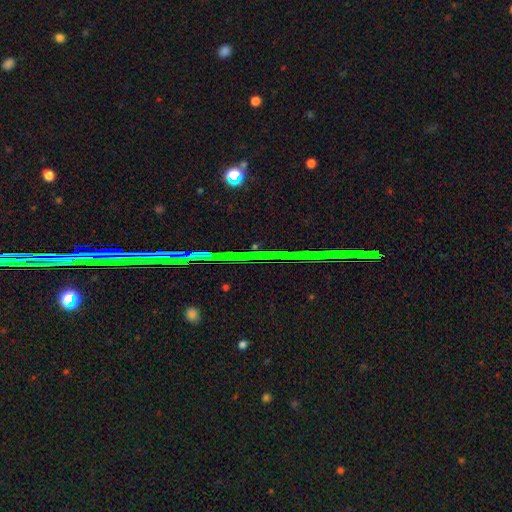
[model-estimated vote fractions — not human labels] This appears to be a star or artifact, not a galaxy (82%).